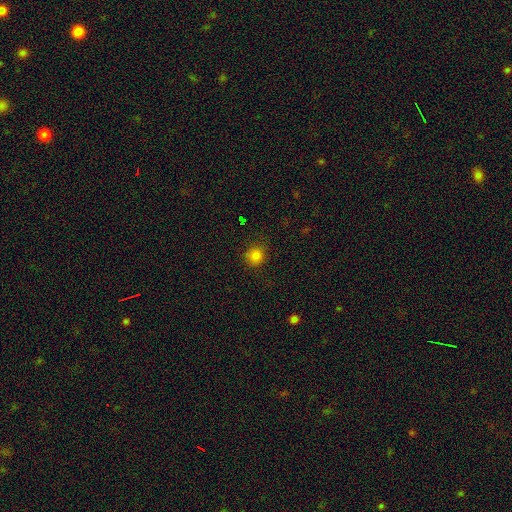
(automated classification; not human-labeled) This appears to be a smooth galaxy with no disk features (81%) that is round (89%). Merging: none (88%).